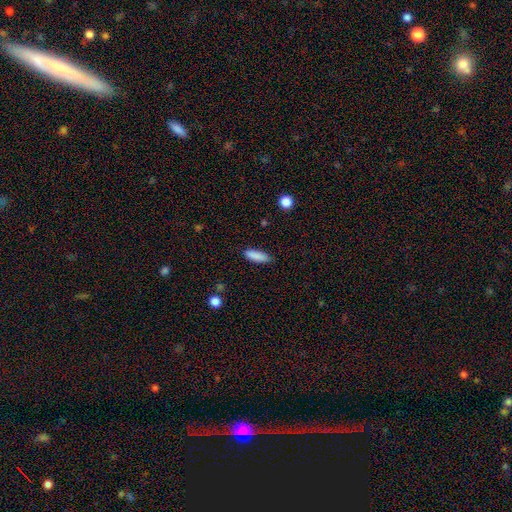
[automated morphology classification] This appears to be a smooth galaxy with no disk features (87%) that is cigar-shaped (51%). Merging: none (84%).